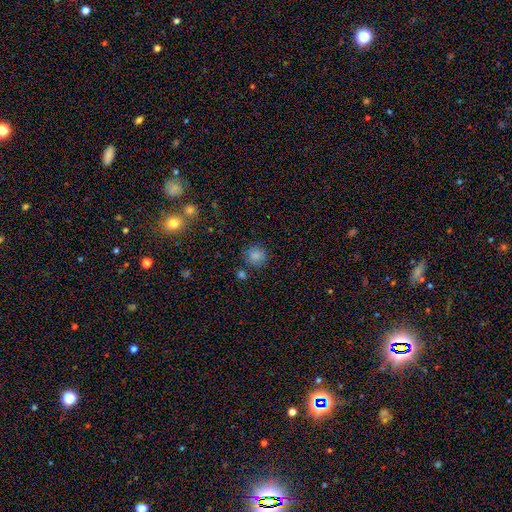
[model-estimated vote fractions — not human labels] A smooth galaxy with no disk features (83%) that is round (89%).

Vote fractions:
- Smooth or featured? smooth: 83% / star or artifact: 12% / featured or disk: 5%
- How rounded? round: 89% / in between: 10% / cigar-shaped: 1%
- Merging? none: 81% / minor disturbance: 10% / merger: 6% / major disturbance: 3%